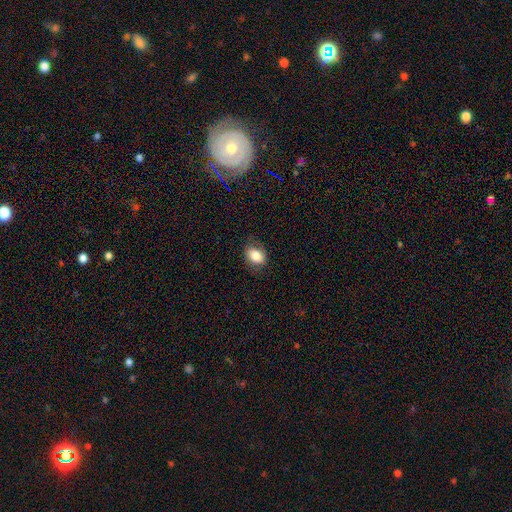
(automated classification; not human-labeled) Smooth or featured?
  - smooth: 81% *
  - featured or disk: 10%
  - star or artifact: 8%
How rounded?
  - in between: 72% *
  - round: 26%
  - cigar-shaped: 1%
Merging?
  - none: 77% *
  - minor disturbance: 17%
  - major disturbance: 5%
  - merger: 1%